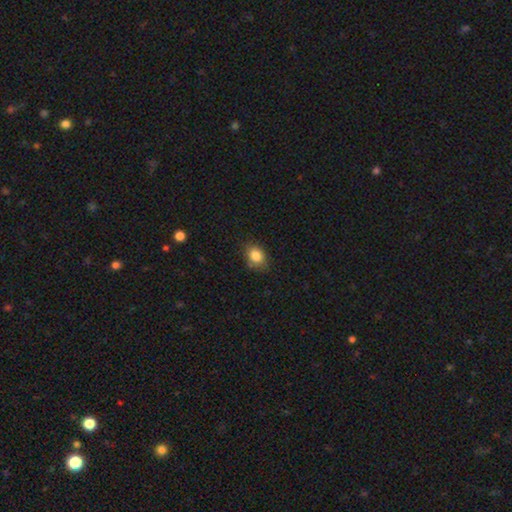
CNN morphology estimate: This appears to be a smooth galaxy with no disk features (85%) that is in between round and cigar-shaped (62%). Merging: none (78%).